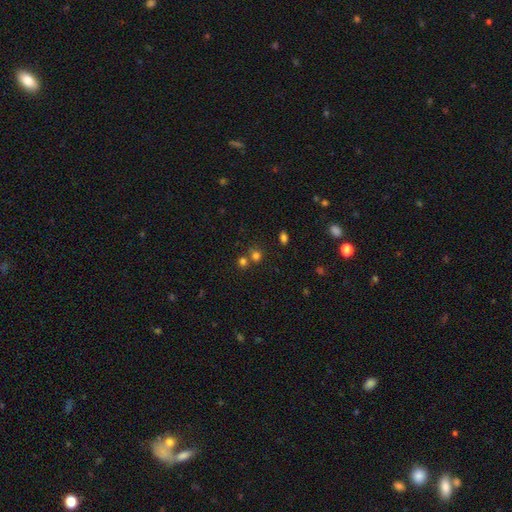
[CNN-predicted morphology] This appears to be a smooth galaxy with no disk features (70%) that is round (82%). Merging: none (59%).